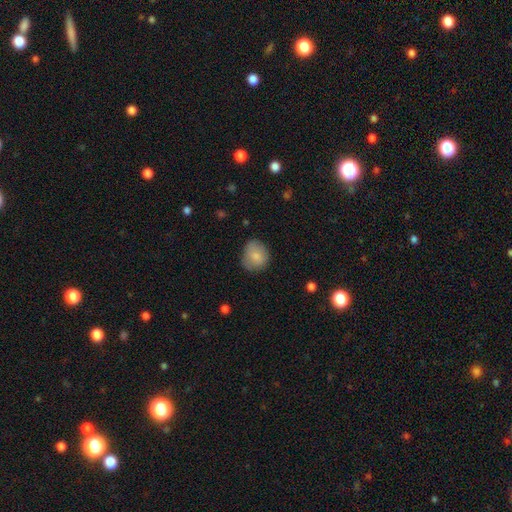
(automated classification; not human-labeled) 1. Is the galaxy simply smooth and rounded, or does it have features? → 81% smooth, 11% featured or disk, 8% star or artifact.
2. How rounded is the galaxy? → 70% round, 29% in between, 1% cigar-shaped.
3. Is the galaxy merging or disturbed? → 69% none, 24% minor disturbance, 6% major disturbance, 1% merger.